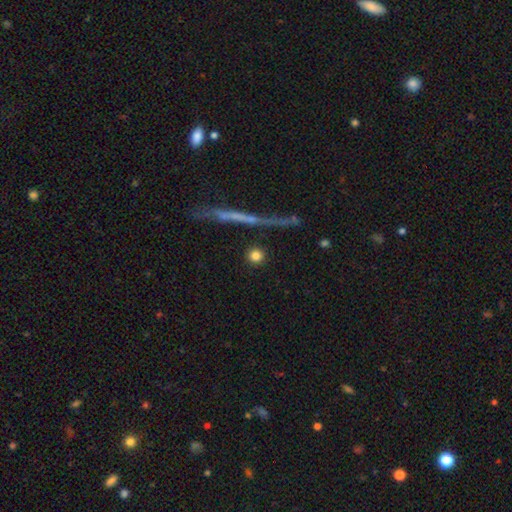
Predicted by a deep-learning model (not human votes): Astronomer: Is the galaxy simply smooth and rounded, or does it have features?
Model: smooth — 80%.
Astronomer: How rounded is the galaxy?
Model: round — 94%.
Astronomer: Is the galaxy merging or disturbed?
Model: none — 88%.